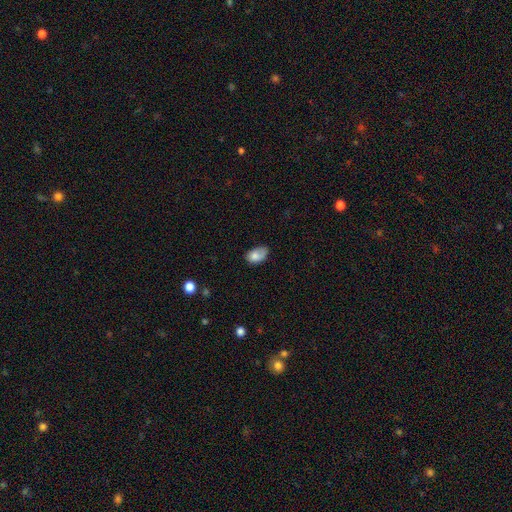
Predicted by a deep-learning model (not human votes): smooth-or-featured: smooth: 76% | featured or disk: 16% | star or artifact: 8%
  how-rounded: in between: 86% | round: 13% | cigar-shaped: 1%
  merging: minor disturbance: 40% | none: 39% | major disturbance: 18% | merger: 4%